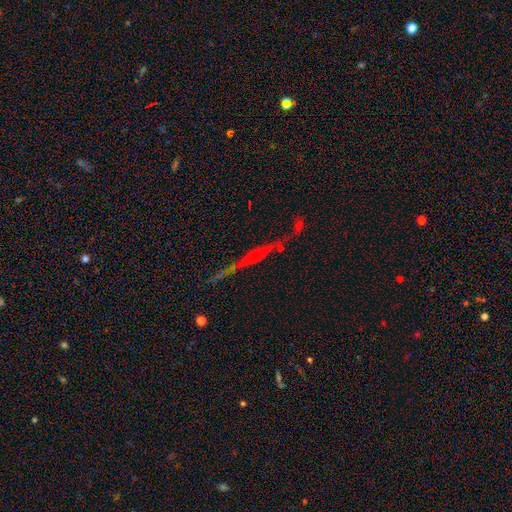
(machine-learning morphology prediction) The model was most divided on "edge-on bulge": rounded: 66%, none: 23%, boxy: 11%. More confident: edge-on disk — yes (94%); merging — none (74%); smooth or featured — featured or disk (69%).